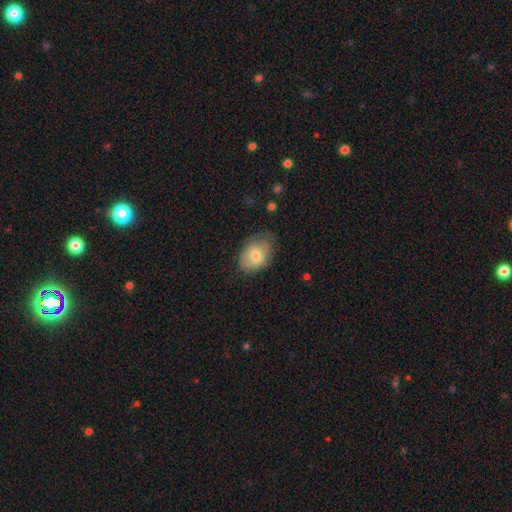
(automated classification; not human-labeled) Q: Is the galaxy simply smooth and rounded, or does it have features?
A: smooth — 74%.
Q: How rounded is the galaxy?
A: in between — 80%.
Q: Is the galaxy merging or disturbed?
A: none — 64%.